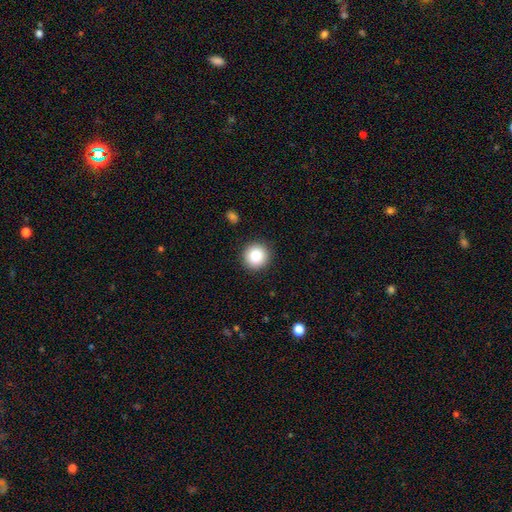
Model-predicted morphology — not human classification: Smooth or featured?
  - smooth: 86% *
  - star or artifact: 9%
  - featured or disk: 5%
How rounded?
  - round: 94% *
  - in between: 5%
  - cigar-shaped: 1%
Merging?
  - none: 91% *
  - minor disturbance: 6%
  - major disturbance: 2%
  - merger: 1%